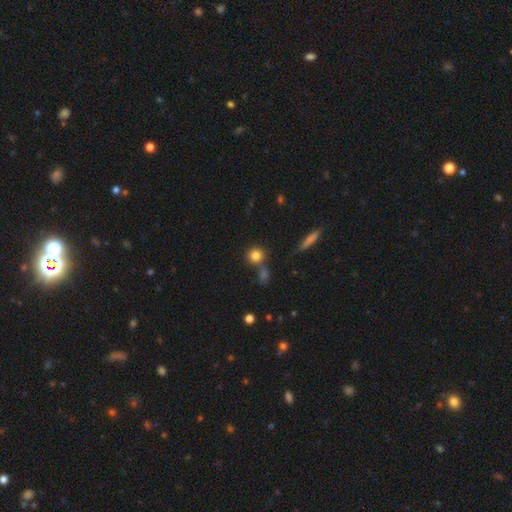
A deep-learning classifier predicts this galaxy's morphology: Smooth or featured? Predicted: smooth (p=0.82). How rounded? Predicted: round (p=0.88). Merging? Predicted: none (p=0.70).